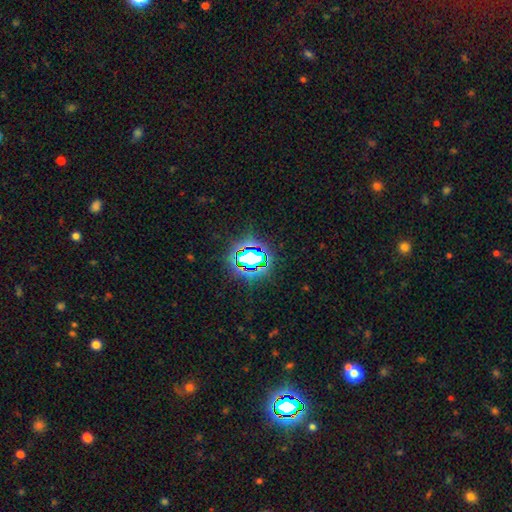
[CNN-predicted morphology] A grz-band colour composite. It shows a star or artifact, not a galaxy (71%).